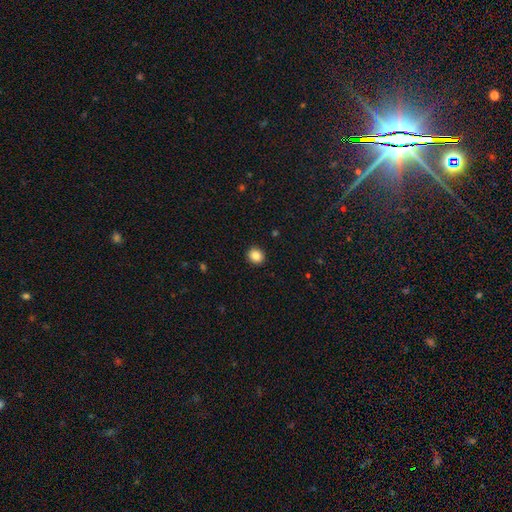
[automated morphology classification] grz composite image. It shows a smooth galaxy with no disk features (86%) that is round (85%). Merging: none (92%).